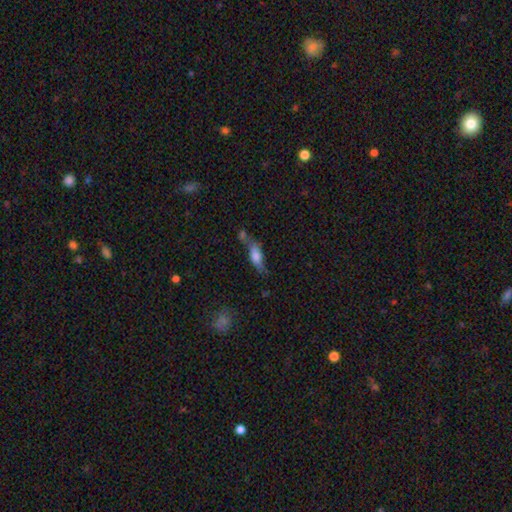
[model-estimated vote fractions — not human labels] Smooth or featured? Predicted: smooth (p=0.59). How rounded? Predicted: in between (p=0.52). Merging? Predicted: none (p=0.44).